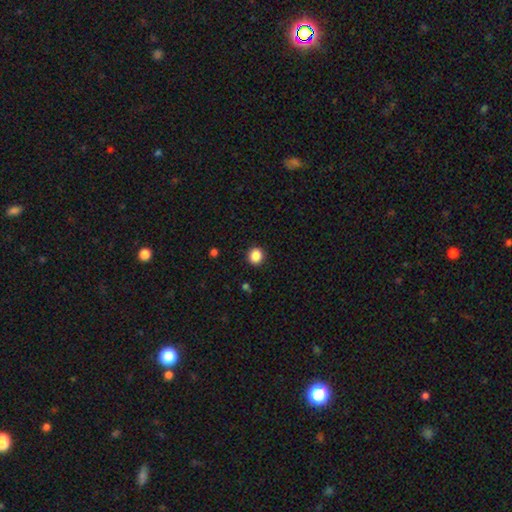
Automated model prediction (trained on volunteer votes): This is clearly a smooth galaxy (87%). How rounded: clearly round (86%). Merging: clearly none (91%).